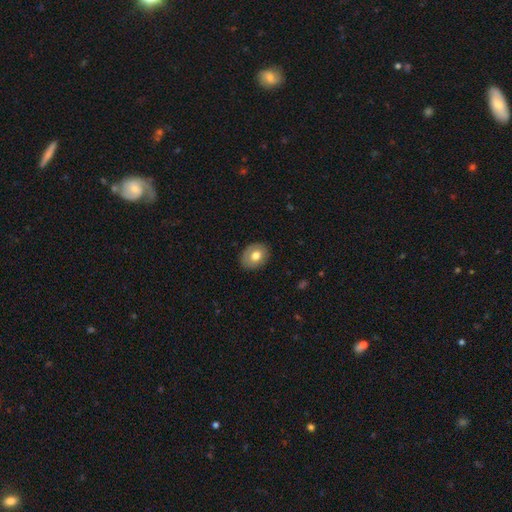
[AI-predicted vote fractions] This is likely a smooth galaxy (69%). How rounded: possibly in between (57%). Merging: clearly none (85%).